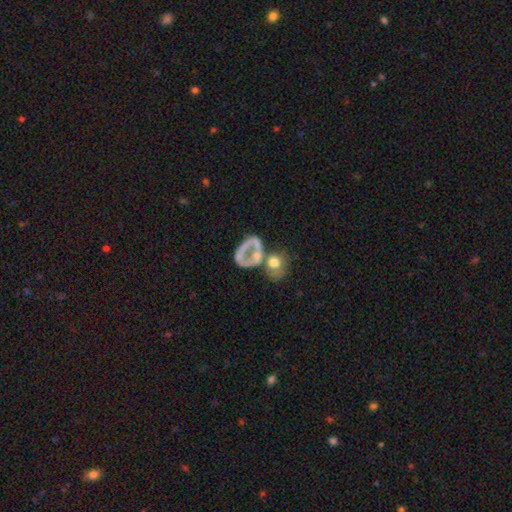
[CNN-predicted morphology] smooth-or-featured: featured or disk: 47% | smooth: 38% | star or artifact: 15%
  merging: merger: 39% | none: 32% | major disturbance: 17% | minor disturbance: 12%